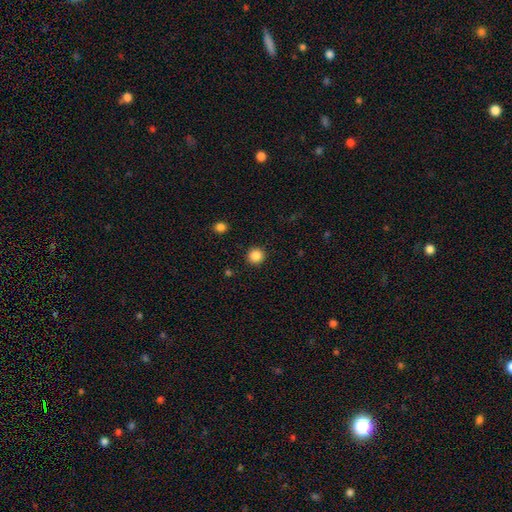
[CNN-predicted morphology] This appears to be a smooth galaxy with no disk features (87%) that is round (94%). Merging: none (92%).